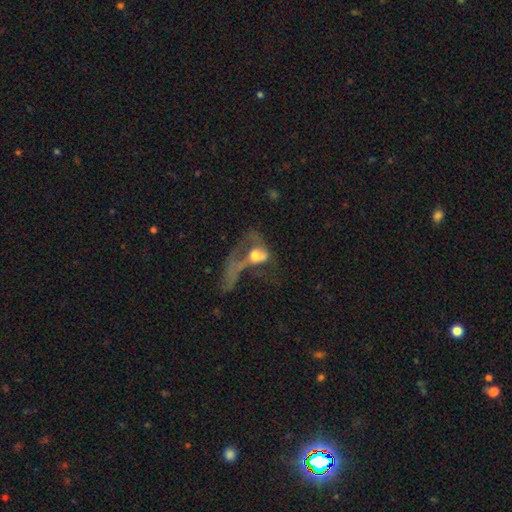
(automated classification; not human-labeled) This appears to be a featured or disk galaxy (49%). Merging: major disturbance (65%).